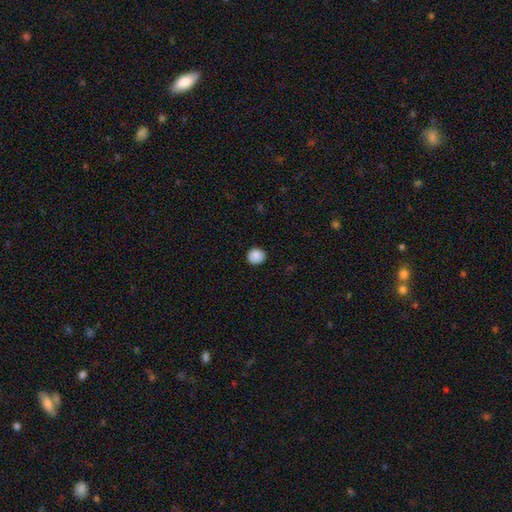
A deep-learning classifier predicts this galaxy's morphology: smooth-or-featured: smooth: 88% | star or artifact: 9% | featured or disk: 3%
  how-rounded: round: 87% | in between: 12% | cigar-shaped: 1%
  merging: none: 90% | minor disturbance: 7% | major disturbance: 2% | merger: 1%